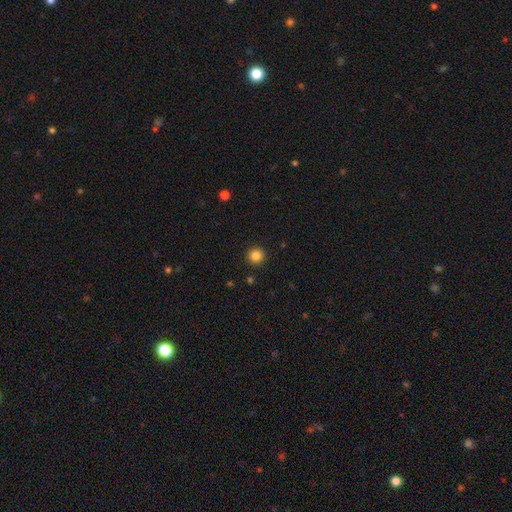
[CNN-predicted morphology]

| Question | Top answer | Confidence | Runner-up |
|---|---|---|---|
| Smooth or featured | smooth | 85% | star or artifact (11%) |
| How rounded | round | 95% | in between (4%) |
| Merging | none | 92% | minor disturbance (5%) |